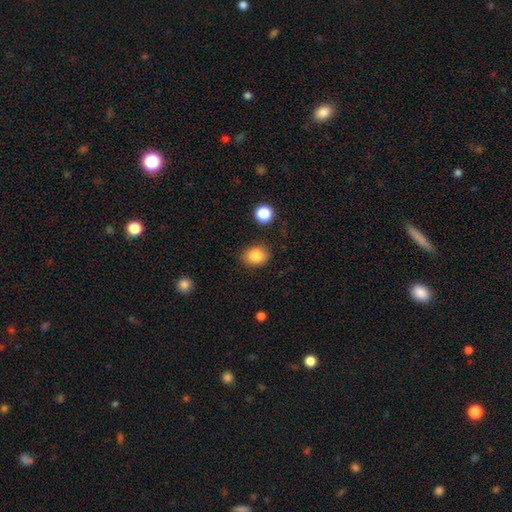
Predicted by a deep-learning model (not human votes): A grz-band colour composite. It shows a smooth galaxy with no disk features (86%) that is in between round and cigar-shaped (59%). Merging: none (81%).